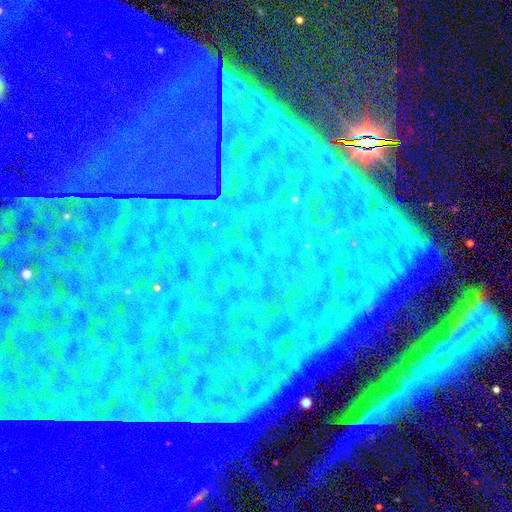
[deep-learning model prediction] smooth_or_featured: star or artifact (p=0.84) [alt: featured or disk p=0.08]